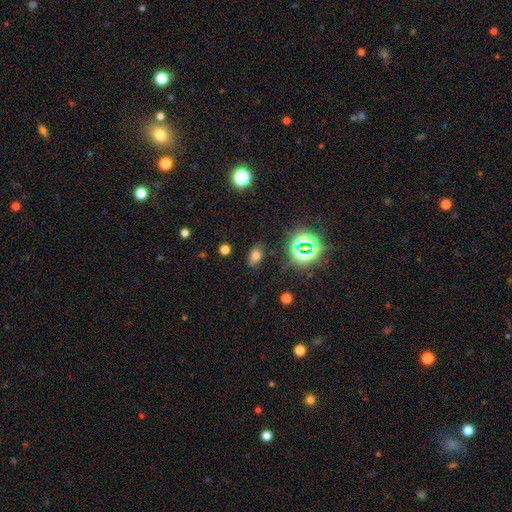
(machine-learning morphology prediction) smooth-or-featured: smooth: 64% | star or artifact: 24% | featured or disk: 11%
  how-rounded: in between: 85% | round: 12% | cigar-shaped: 3%
  merging: none: 79% | minor disturbance: 14% | major disturbance: 4% | merger: 2%